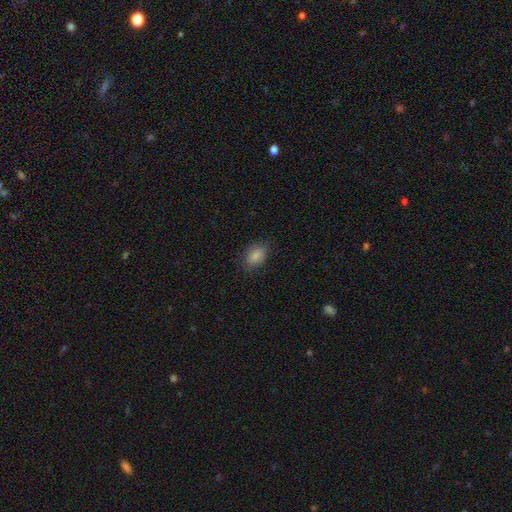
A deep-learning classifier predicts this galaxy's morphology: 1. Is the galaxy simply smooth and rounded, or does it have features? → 86% smooth, 8% star or artifact, 6% featured or disk.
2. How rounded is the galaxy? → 82% in between, 17% round, 1% cigar-shaped.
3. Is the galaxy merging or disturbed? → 78% none, 17% minor disturbance, 4% major disturbance, 1% merger.